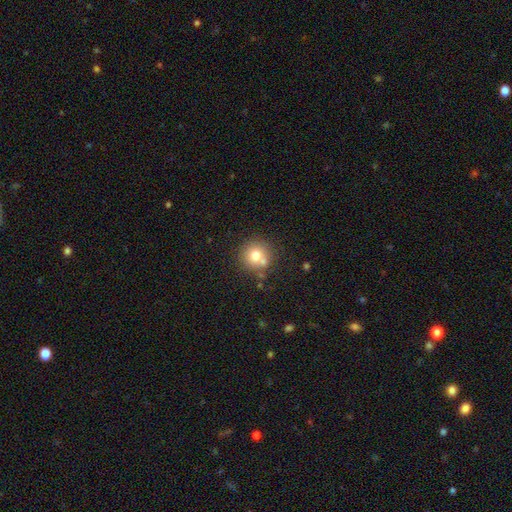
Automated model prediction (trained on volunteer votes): Overall: smooth (74%). How rounded: round (92%). Merging: none (67%).